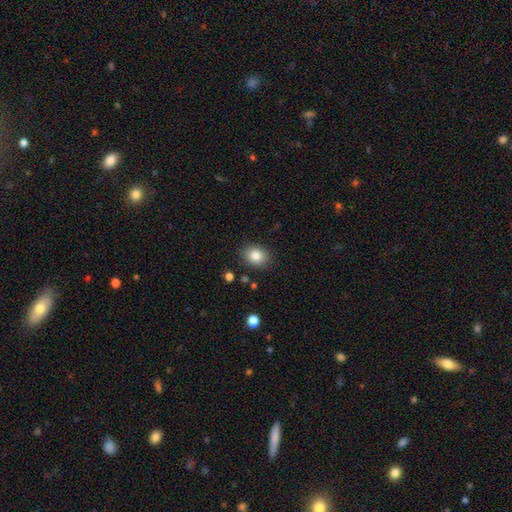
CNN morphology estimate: smooth-or-featured: smooth: 84% | star or artifact: 9% | featured or disk: 7%
  how-rounded: in between: 50% | round: 49% | cigar-shaped: 1%
  merging: none: 87% | minor disturbance: 9% | major disturbance: 2% | merger: 2%